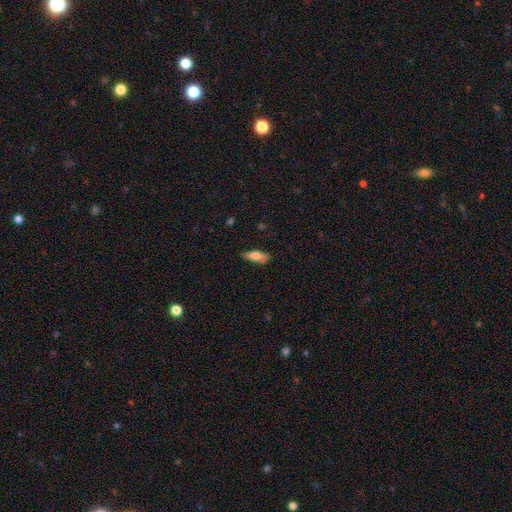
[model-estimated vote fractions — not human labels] Q: Smooth or featured?
A: smooth (73%); runner-up: featured or disk (20%)
Q: How rounded?
A: in between (60%); runner-up: cigar-shaped (38%)
Q: Merging?
A: none (78%); runner-up: minor disturbance (18%)